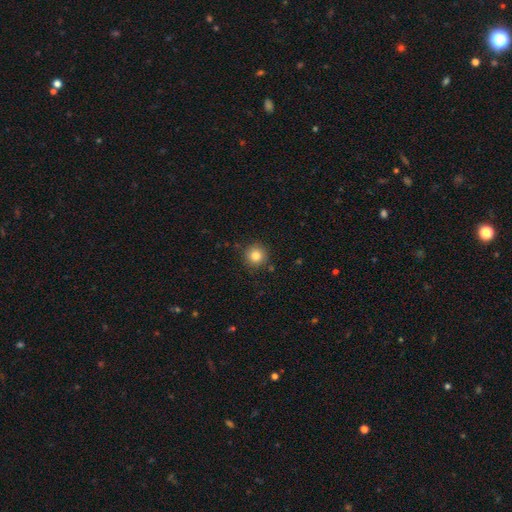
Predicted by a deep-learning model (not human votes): This appears to be a smooth galaxy with no disk features (83%) that is round (94%). Merging: none (89%).